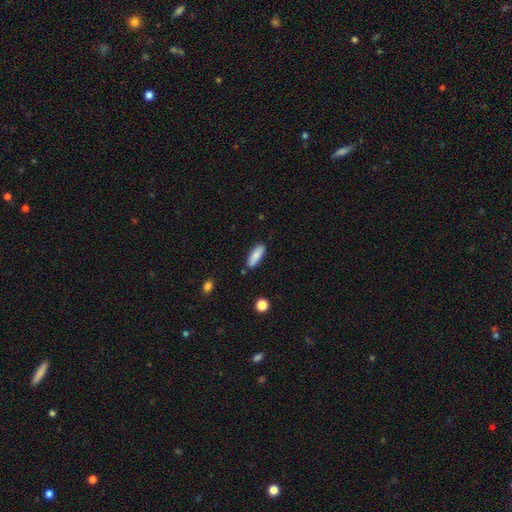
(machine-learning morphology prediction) smooth 84%, featured or disk 10%, star or artifact 6%. Down the decision tree: how rounded — in between (55%); merging — none (85%).